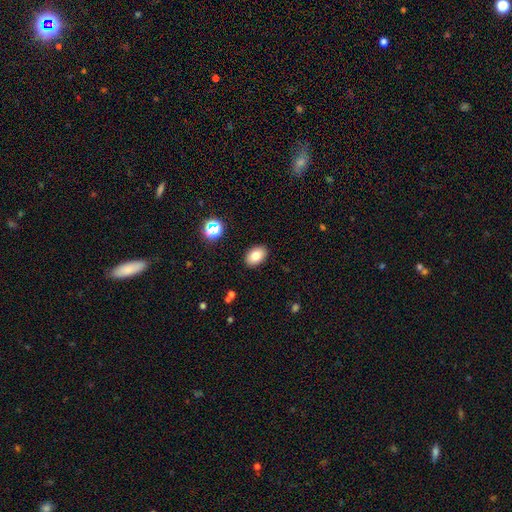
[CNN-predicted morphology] A smooth galaxy with no disk features (81%) that is in between round and cigar-shaped (87%).

Vote fractions:
- Smooth or featured? smooth: 81% / star or artifact: 10% / featured or disk: 9%
- How rounded? in between: 87% / round: 12% / cigar-shaped: 1%
- Merging? none: 89% / minor disturbance: 8% / major disturbance: 2% / merger: 1%